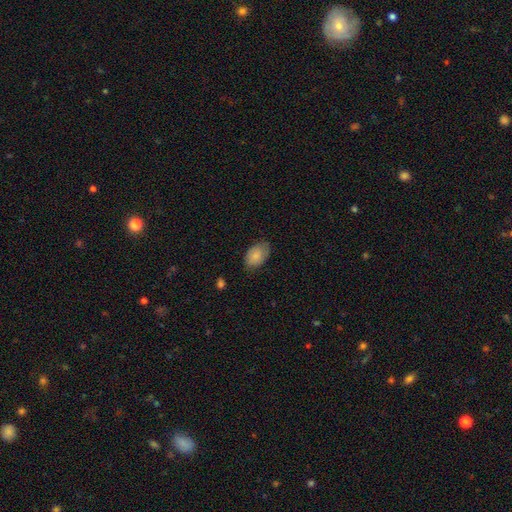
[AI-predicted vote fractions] smooth-or-featured: smooth: 85% | featured or disk: 8% | star or artifact: 6%
  how-rounded: in between: 90% | round: 9% | cigar-shaped: 1%
  merging: none: 74% | minor disturbance: 21% | major disturbance: 4% | merger: 1%